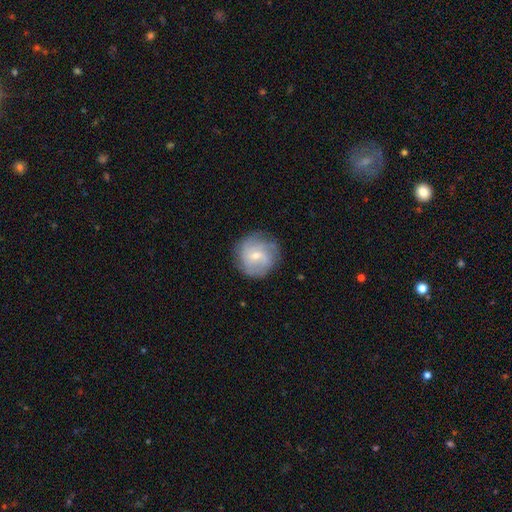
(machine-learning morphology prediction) Smooth or featured? Predicted: featured or disk (p=0.66). Edge-on disk? Predicted: no (p=0.98). Bar? Predicted: no (p=0.46, tied with weak). Spiral arms? Predicted: yes (p=0.88). Spiral winding? Predicted: tight (p=0.44). Spiral arm count? Predicted: can't tell (p=0.37). Bulge size? Predicted: small (p=0.64). Merging? Predicted: none (p=0.78).